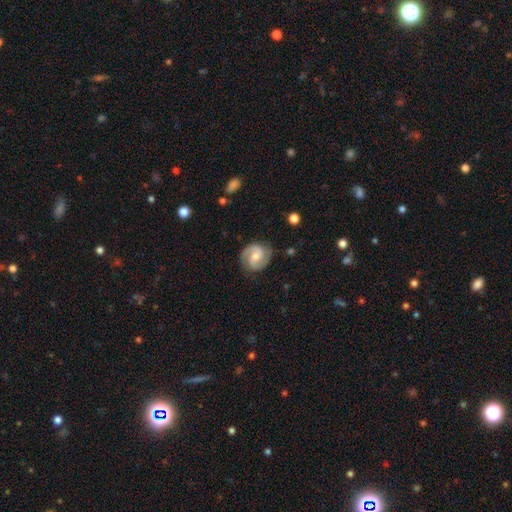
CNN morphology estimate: A featured or disk galaxy (84%) with a weak bar (48%), 2 (91%) medium (52%) spiral arms (97%) and a moderate central bulge (48%).

Vote fractions:
- Smooth or featured? featured or disk: 84% / smooth: 11% / star or artifact: 5%
- Edge-on disk? no: 98% / yes: 2%
- Bar? weak: 48% / no: 39% / strong: 13%
- Spiral arms? yes: 97% / no: 3%
- Spiral winding? medium: 52% / tight: 34% / loose: 14%
- Spiral arm count? 2: 91% / can't tell: 3% / 1: 2% / 3: 1% / 4: 1% / more than 4: 1%
- Bulge size? moderate: 48% / small: 42% / none: 6% / large: 3% / dominant: 1%
- Merging? none: 82% / minor disturbance: 13% / major disturbance: 4% / merger: 1%